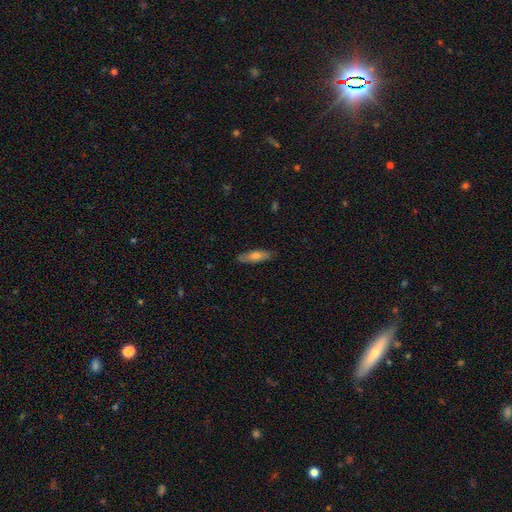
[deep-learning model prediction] This appears to be a smooth galaxy with no disk features (61%) that is cigar-shaped (62%). Merging: none (85%).